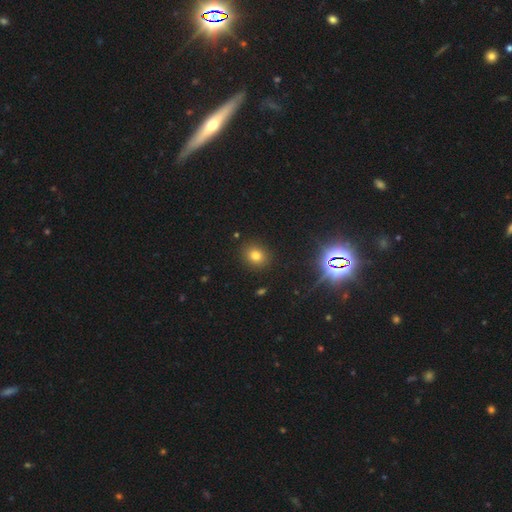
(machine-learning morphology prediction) Smooth or featured? smooth (75%)
How rounded? round (74%)
Merging? none (89%)